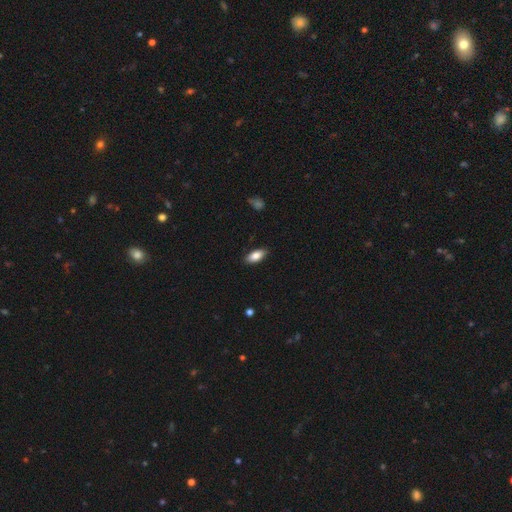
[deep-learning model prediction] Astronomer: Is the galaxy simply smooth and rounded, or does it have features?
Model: smooth — 84%.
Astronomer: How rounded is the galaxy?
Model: in between — 86%.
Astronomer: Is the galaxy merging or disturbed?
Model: none — 87%.